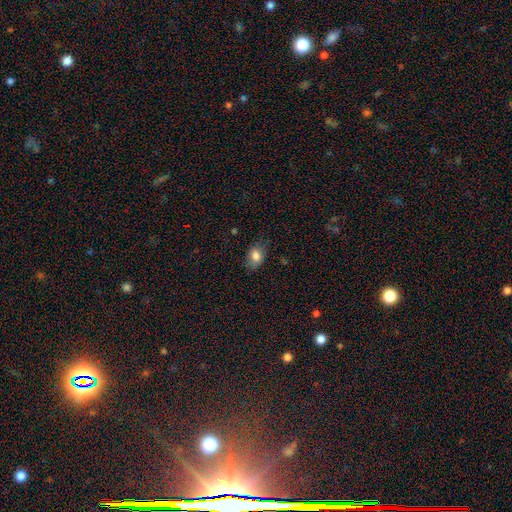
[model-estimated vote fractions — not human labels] The model was most divided on "how rounded": in between: 73%, round: 25%, cigar-shaped: 1%. More confident: smooth or featured — smooth (82%); merging — none (73%).